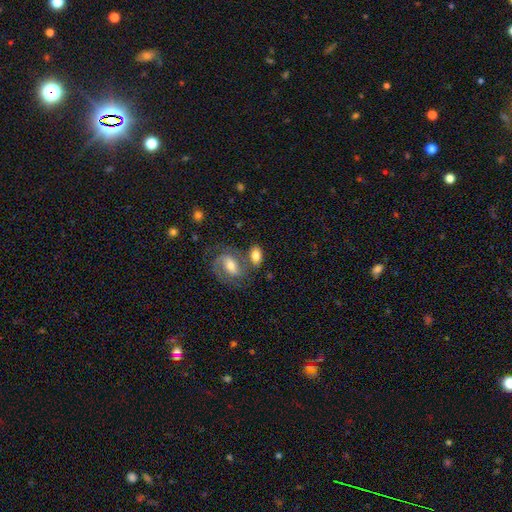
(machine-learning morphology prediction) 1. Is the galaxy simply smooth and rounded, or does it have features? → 65% smooth, 28% featured or disk, 7% star or artifact.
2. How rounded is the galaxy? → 85% in between, 11% round, 4% cigar-shaped.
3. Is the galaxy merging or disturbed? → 50% none, 32% merger, 12% minor disturbance, 5% major disturbance.